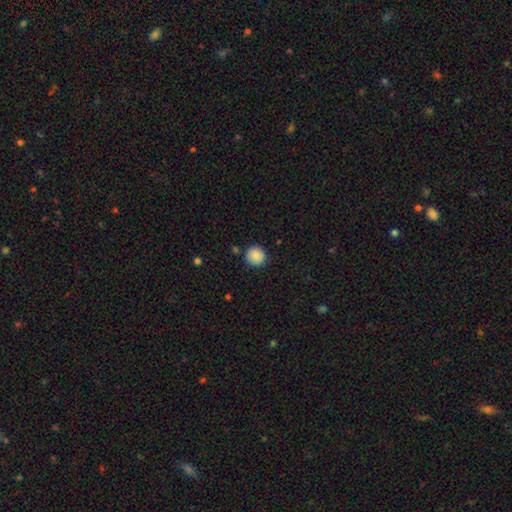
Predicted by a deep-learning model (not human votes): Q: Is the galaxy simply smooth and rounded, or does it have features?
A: smooth — 87%.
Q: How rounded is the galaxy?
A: round — 93%.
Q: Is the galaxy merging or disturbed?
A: none — 88%.